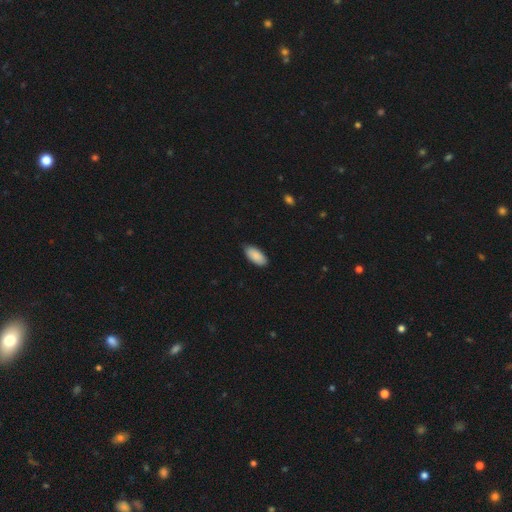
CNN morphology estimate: This appears to be a smooth galaxy with no disk features (90%) that is in between round and cigar-shaped (92%). Merging: none (84%).